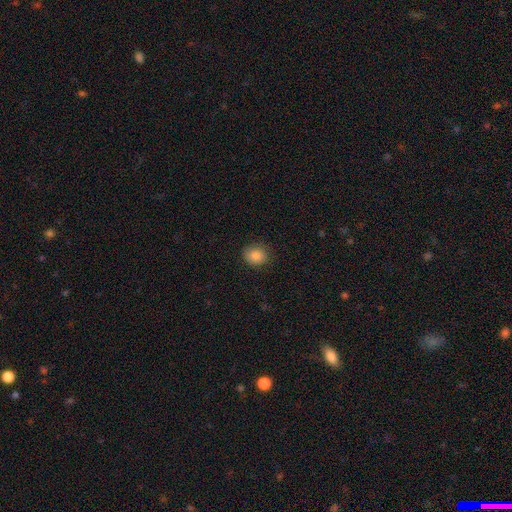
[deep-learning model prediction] Smooth or featured?
  - smooth: 86% *
  - star or artifact: 10%
  - featured or disk: 5%
How rounded?
  - round: 60% *
  - in between: 39%
  - cigar-shaped: 1%
Merging?
  - none: 84% *
  - minor disturbance: 12%
  - major disturbance: 3%
  - merger: 1%